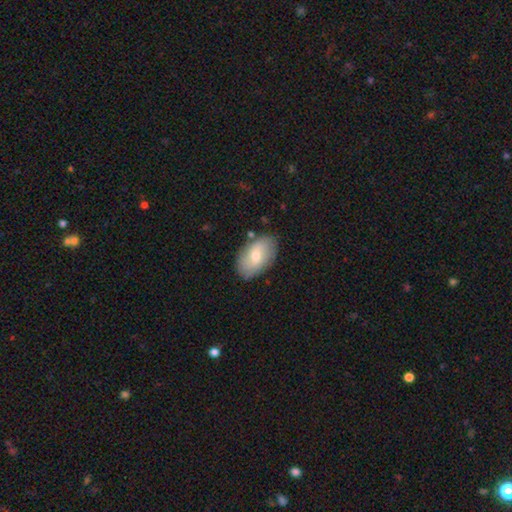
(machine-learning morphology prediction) The model was most divided on "smooth or featured": smooth: 62%, featured or disk: 32%, star or artifact: 6%. More confident: how rounded — in between (92%); merging — none (81%).